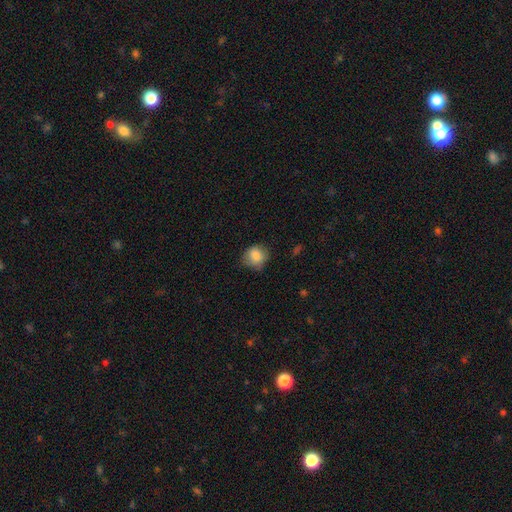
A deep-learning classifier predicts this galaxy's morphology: smooth-or-featured: smooth: 84% | star or artifact: 9% | featured or disk: 8%
  how-rounded: round: 73% | in between: 26% | cigar-shaped: 1%
  merging: none: 66% | minor disturbance: 27% | major disturbance: 6% | merger: 1%